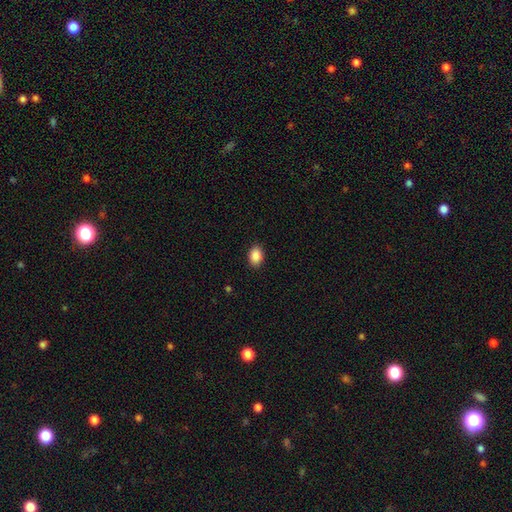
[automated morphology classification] Smooth or featured? Predicted: smooth (p=0.90). How rounded? Predicted: in between (p=0.80). Merging? Predicted: none (p=0.89).